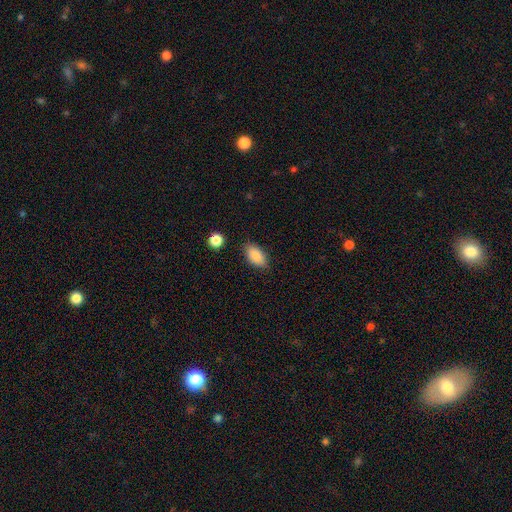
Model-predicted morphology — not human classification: Smooth or featured? Predicted: smooth (p=0.88). How rounded? Predicted: in between (p=0.92). Merging? Predicted: none (p=0.83).